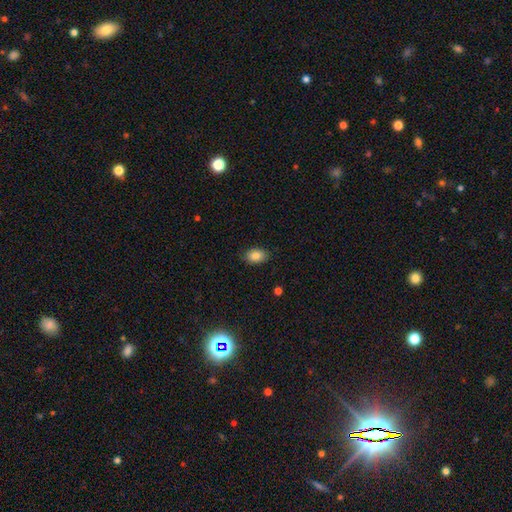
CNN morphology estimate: Smooth or featured?
  - smooth: 85% *
  - star or artifact: 9%
  - featured or disk: 6%
How rounded?
  - in between: 85% *
  - round: 14%
  - cigar-shaped: 1%
Merging?
  - none: 87% *
  - minor disturbance: 10%
  - major disturbance: 2%
  - merger: 1%